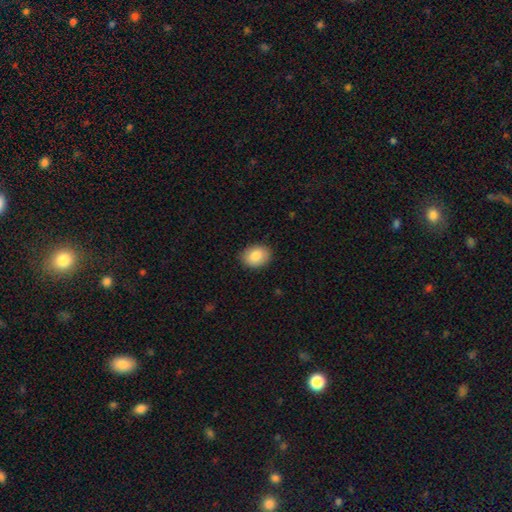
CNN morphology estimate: smooth-or-featured: smooth: 84% | featured or disk: 8% | star or artifact: 7%
  how-rounded: in between: 64% | round: 35% | cigar-shaped: 1%
  merging: none: 88% | minor disturbance: 9% | major disturbance: 2% | merger: 1%